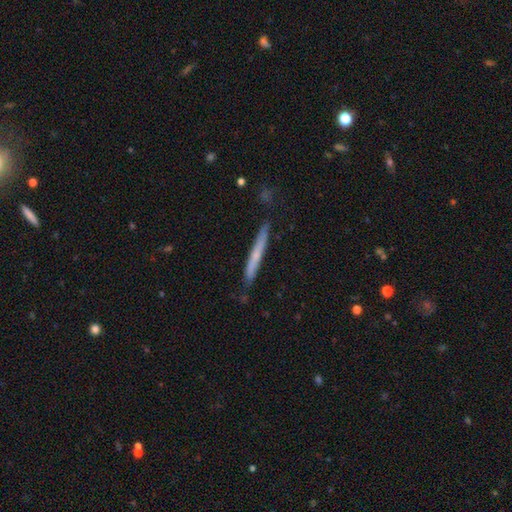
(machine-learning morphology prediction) Q: Smooth or featured?
A: smooth (51%); runner-up: featured or disk (43%)
Q: How rounded?
A: cigar-shaped (97%); runner-up: in between (2%)
Q: Merging?
A: none (84%); runner-up: minor disturbance (13%)